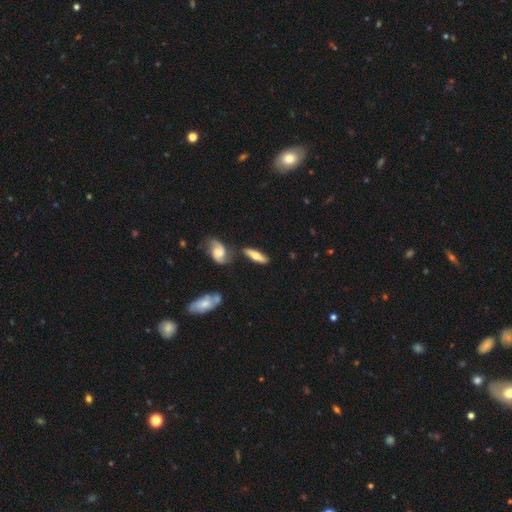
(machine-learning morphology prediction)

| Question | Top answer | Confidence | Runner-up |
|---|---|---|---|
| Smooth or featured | smooth | 50% | featured or disk (44%) |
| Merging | none | 72% | minor disturbance (15%) |